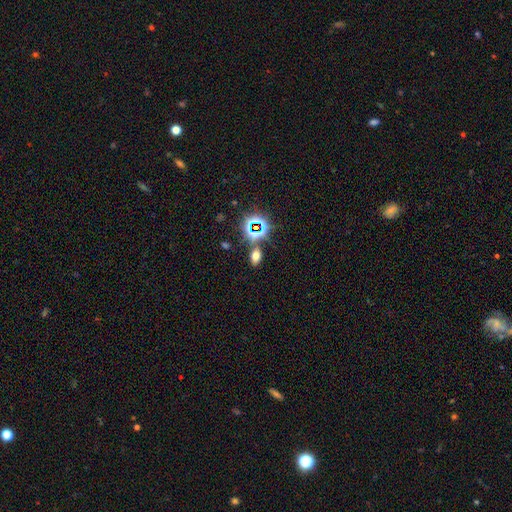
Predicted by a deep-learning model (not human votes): This appears to be a smooth galaxy with no disk features (63%) that is in between round and cigar-shaped (84%). Merging: none (79%).